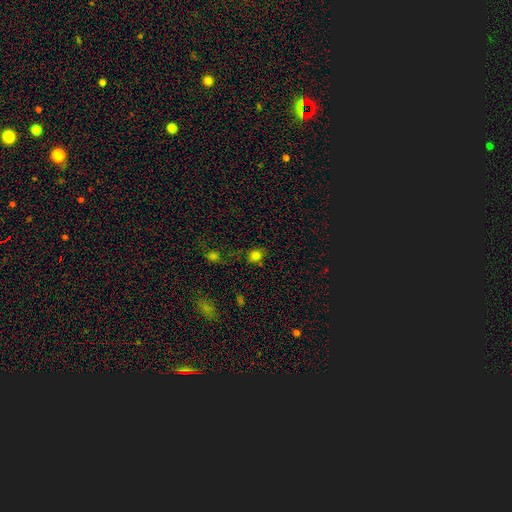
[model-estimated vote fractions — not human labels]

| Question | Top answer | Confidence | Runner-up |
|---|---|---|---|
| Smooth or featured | smooth | 76% | star or artifact (18%) |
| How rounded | round | 63% | in between (36%) |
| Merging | none | 68% | minor disturbance (18%) |